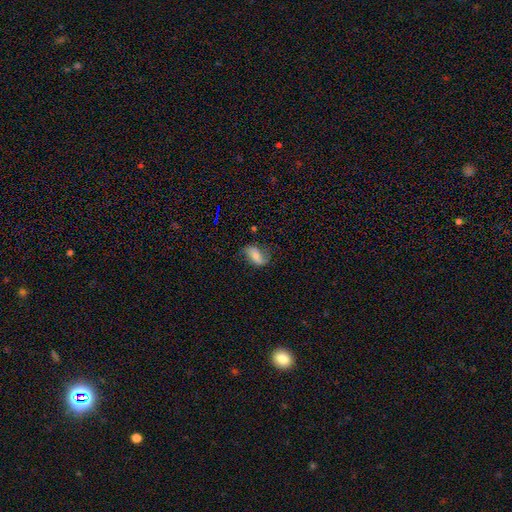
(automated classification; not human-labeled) Smooth or featured: smooth — 48% (featured or disk — 42%)
Merging: none — 61% (minor disturbance — 25%)